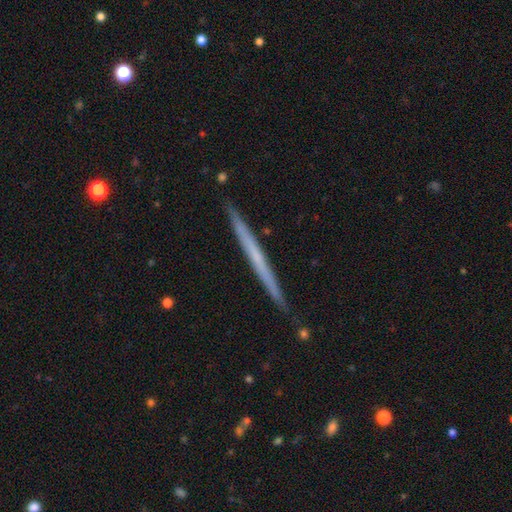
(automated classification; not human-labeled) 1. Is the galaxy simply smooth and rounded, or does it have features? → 55% featured or disk, 39% smooth, 6% star or artifact.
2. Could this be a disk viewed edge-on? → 98% yes, 2% no.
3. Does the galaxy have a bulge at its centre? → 90% none, 7% rounded, 3% boxy.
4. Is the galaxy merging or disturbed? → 90% none, 7% minor disturbance, 1% merger, 1% major disturbance.